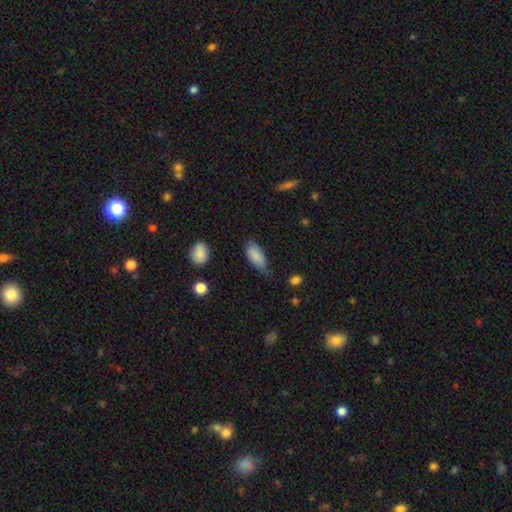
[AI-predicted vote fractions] This is clearly a smooth galaxy (84%). How rounded: clearly in between (84%). Merging: marginally none (45%).